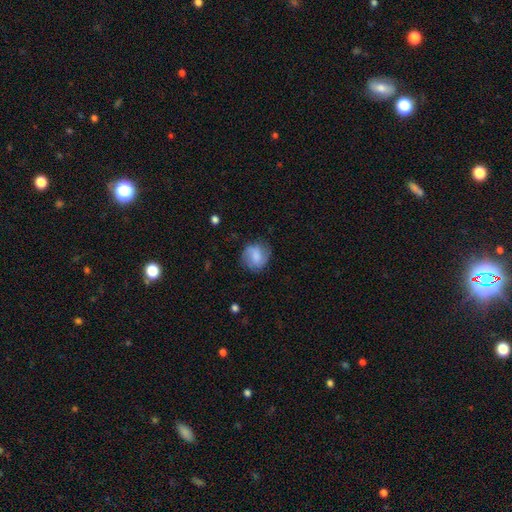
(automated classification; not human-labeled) This appears to be a smooth galaxy with no disk features (62%) that is round (78%). Merging: none (70%).